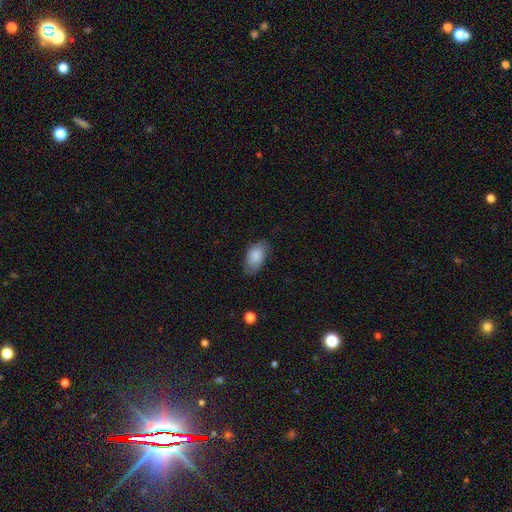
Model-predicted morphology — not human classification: Smooth or featured?
  - smooth: 84% *
  - featured or disk: 9%
  - star or artifact: 6%
How rounded?
  - in between: 93% *
  - round: 5%
  - cigar-shaped: 2%
Merging?
  - none: 74% *
  - minor disturbance: 21%
  - major disturbance: 5%
  - merger: 1%